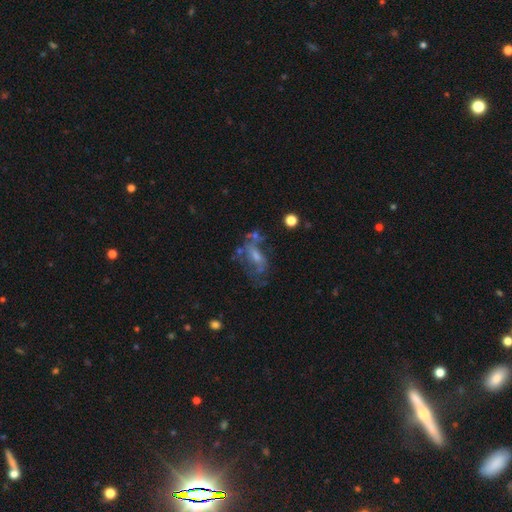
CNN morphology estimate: smooth-or-featured: featured or disk: 58% | smooth: 27% | star or artifact: 15%
  disk-edge-on: no: 91% | yes: 9%
    bar: no: 54% | weak: 34% | strong: 12%
    has-spiral-arms: no: 57% | yes: 43%
    bulge-size: small: 43% | moderate: 38% | none: 13% | large: 5% | dominant: 1%
  merging: none: 38% | major disturbance: 29% | minor disturbance: 19% | merger: 14%